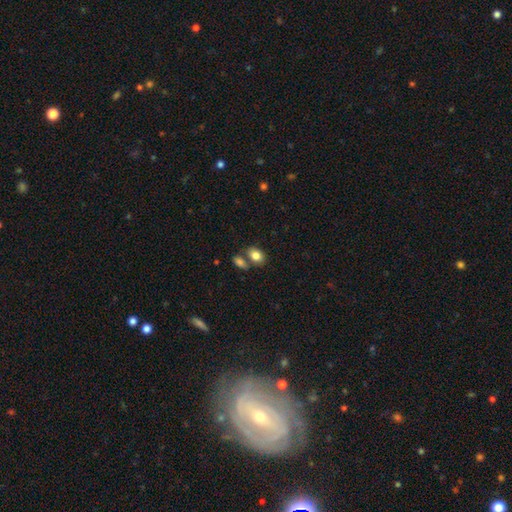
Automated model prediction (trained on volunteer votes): Smooth or featured? Predicted: smooth (p=0.83). How rounded? Predicted: in between (p=0.77). Merging? Predicted: none (p=0.55).